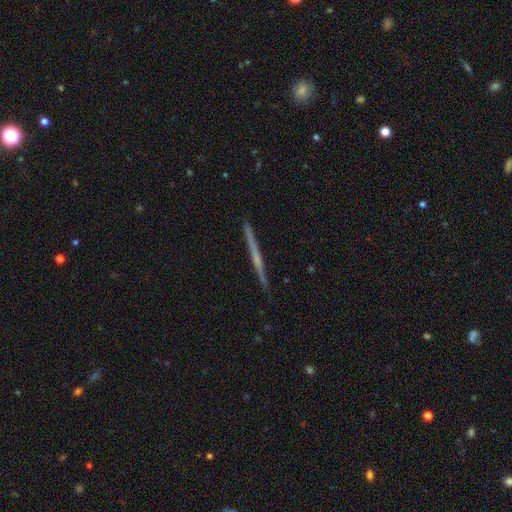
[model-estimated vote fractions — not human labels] Smooth or featured? featured or disk (66%)
Edge-on disk? yes (98%)
Edge-on bulge? none (69%)
Merging? none (92%)